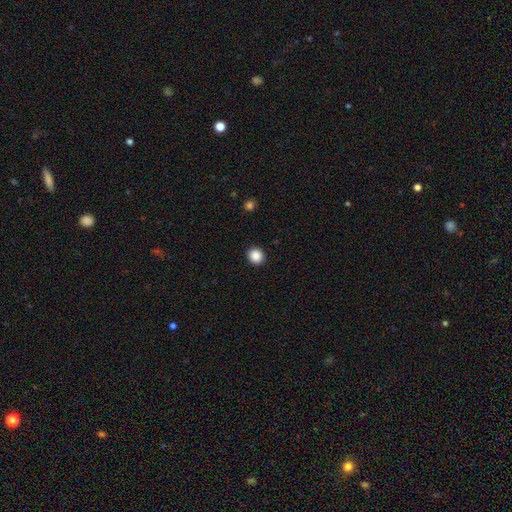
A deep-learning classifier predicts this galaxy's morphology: Smooth or featured? smooth (88%)
How rounded? round (87%)
Merging? none (92%)